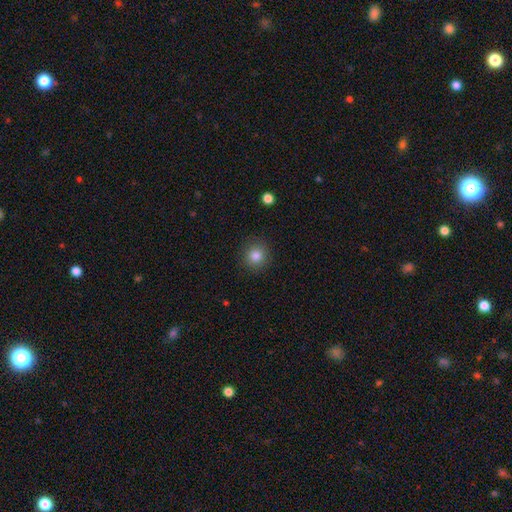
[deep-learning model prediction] This appears to be a smooth galaxy with no disk features (84%) that is round (91%). Merging: none (89%).